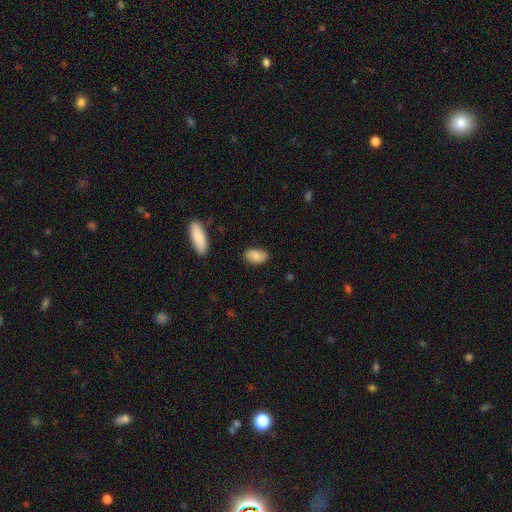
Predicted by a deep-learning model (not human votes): Smooth or featured: smooth — 87% (featured or disk — 7%)
How rounded: in between — 93% (round — 5%)
Merging: none — 83% (minor disturbance — 12%)